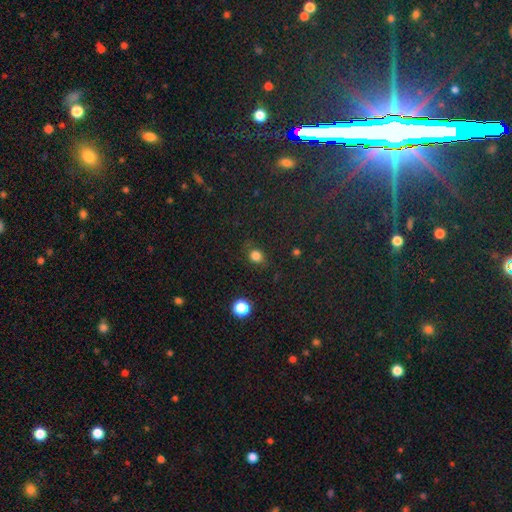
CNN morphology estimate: This appears to be a smooth galaxy with no disk features (80%) that is round (61%). Merging: none (77%).